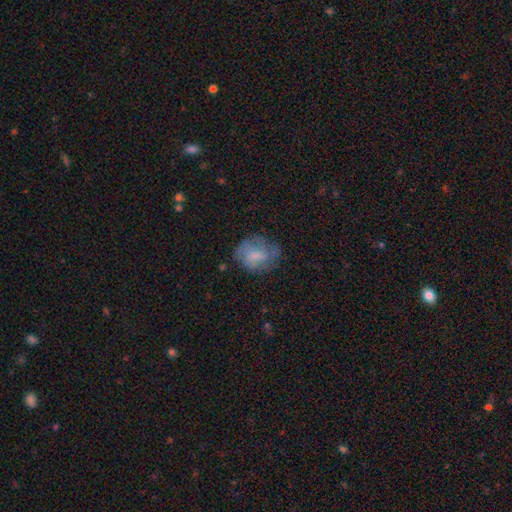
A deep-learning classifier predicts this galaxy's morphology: This appears to be a smooth galaxy with no disk features (57%) that is round (56%). Merging: none (56%).